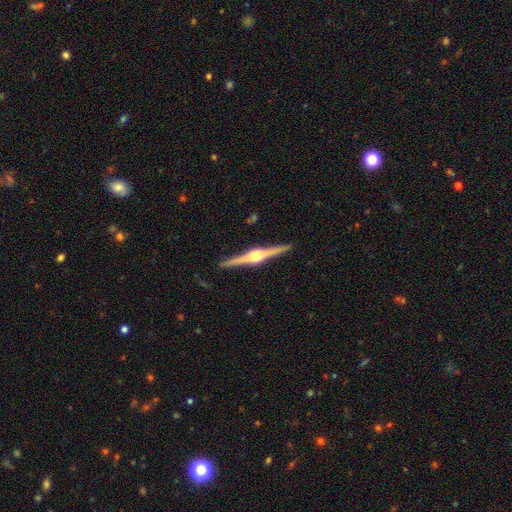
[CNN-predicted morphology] smooth_or_featured: featured or disk (p=0.88) [alt: smooth p=0.07]
disk_edge_on: yes (p=0.99) [alt: no p=0.01]
edge_on_bulge: rounded (p=0.89) [alt: boxy p=0.08]
merging: none (p=0.92) [alt: minor disturbance p=0.06]